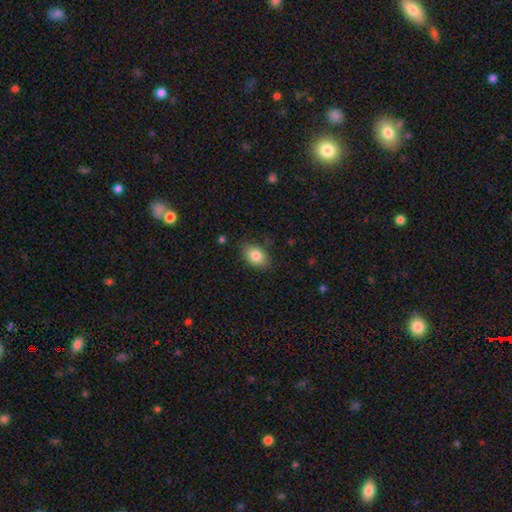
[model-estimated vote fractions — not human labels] A smooth galaxy with no disk features (84%) that is in between round and cigar-shaped (83%). Merging: none (82%).